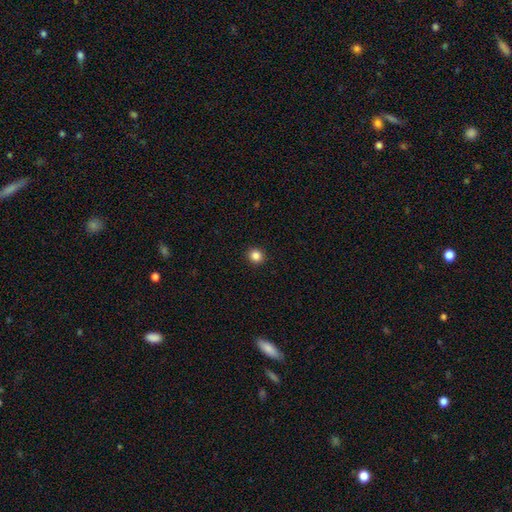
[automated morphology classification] This is clearly a smooth galaxy (85%). How rounded: clearly round (90%). Merging: clearly none (93%).